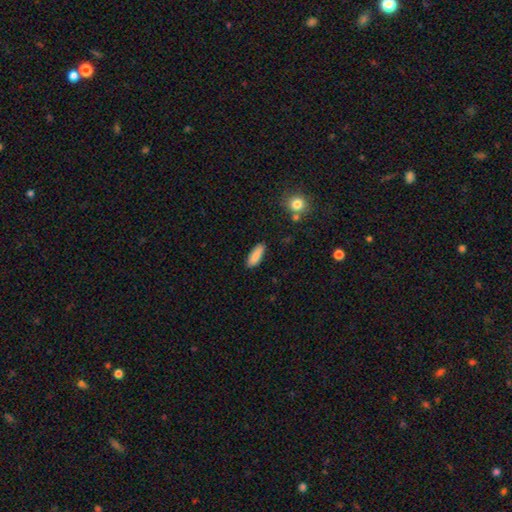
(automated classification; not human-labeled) smooth_or_featured: smooth (p=0.86) [alt: featured or disk p=0.07]
how_rounded: in between (p=0.61) [alt: cigar-shaped p=0.37]
merging: none (p=0.86) [alt: minor disturbance p=0.10]